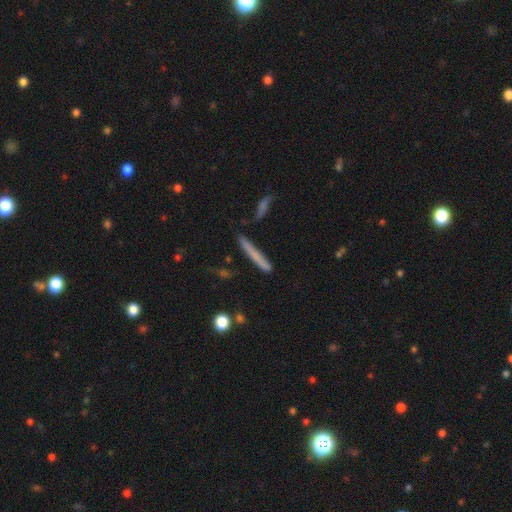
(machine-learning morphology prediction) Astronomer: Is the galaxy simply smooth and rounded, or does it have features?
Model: smooth — 65%.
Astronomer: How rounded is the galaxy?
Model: cigar-shaped — 95%.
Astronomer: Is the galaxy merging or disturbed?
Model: none — 81%.